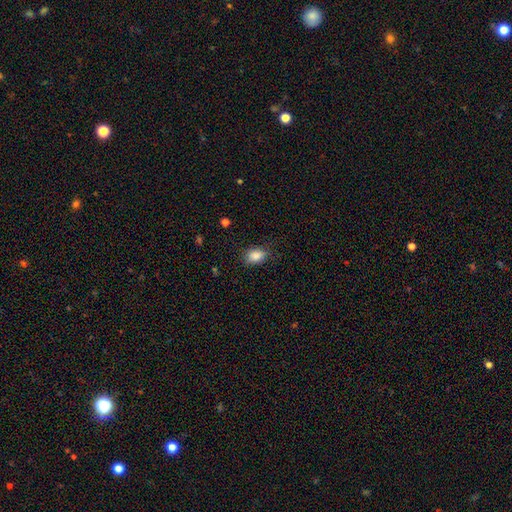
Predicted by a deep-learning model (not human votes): Overall: smooth (86%). How rounded: in between (79%). Merging: none (75%).